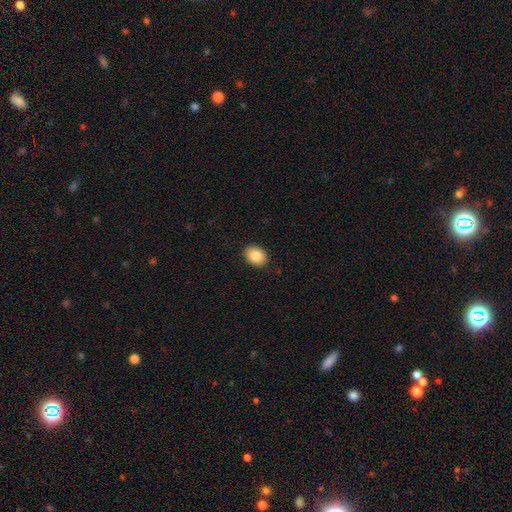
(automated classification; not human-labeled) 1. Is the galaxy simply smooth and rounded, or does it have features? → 86% smooth, 8% star or artifact, 6% featured or disk.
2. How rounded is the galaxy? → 64% in between, 35% round, 1% cigar-shaped.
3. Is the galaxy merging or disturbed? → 90% none, 7% minor disturbance, 2% major disturbance, 1% merger.